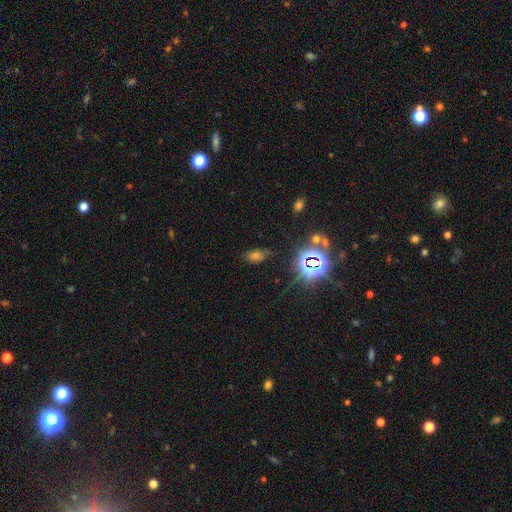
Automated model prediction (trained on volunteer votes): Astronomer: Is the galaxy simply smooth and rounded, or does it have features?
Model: star or artifact — 50% (runner-up: smooth, 37%).